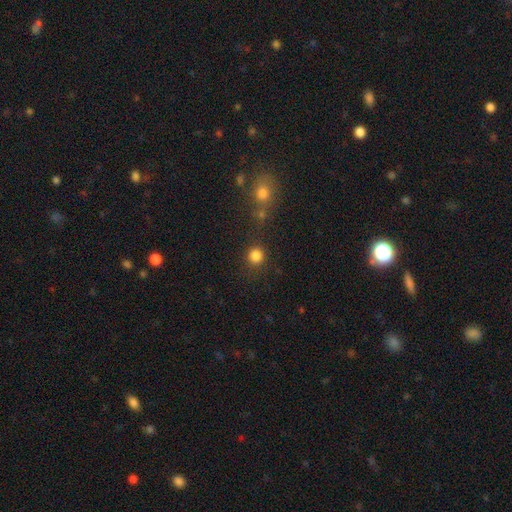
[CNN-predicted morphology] smooth 84%, star or artifact 12%, featured or disk 4%. Down the decision tree: how rounded — round (91%); merging — none (82%).